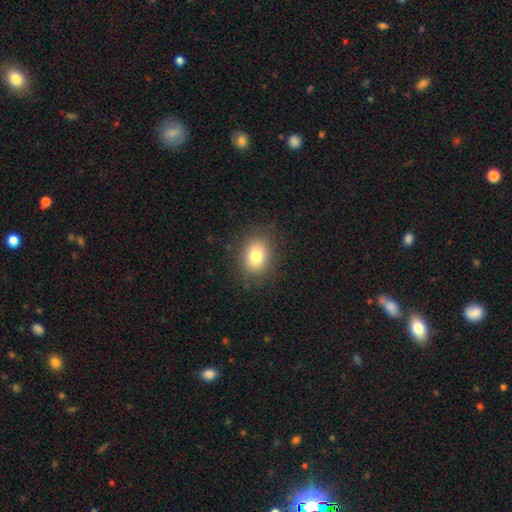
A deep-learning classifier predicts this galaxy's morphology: Smooth or featured: smooth — 79% (star or artifact — 11%)
How rounded: in between — 58% (round — 41%)
Merging: none — 85% (minor disturbance — 10%)